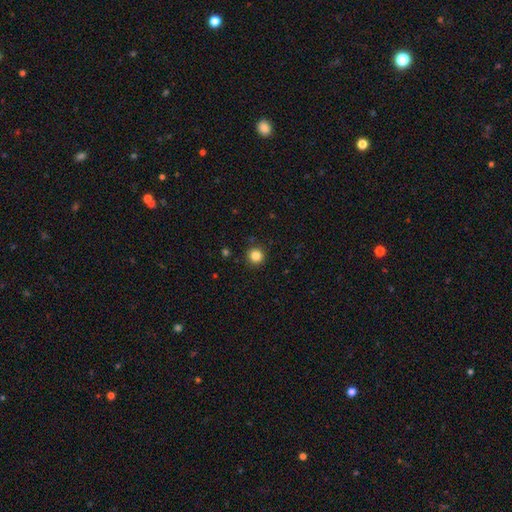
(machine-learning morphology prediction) Overall: smooth (85%). How rounded: round (95%). Merging: none (91%).